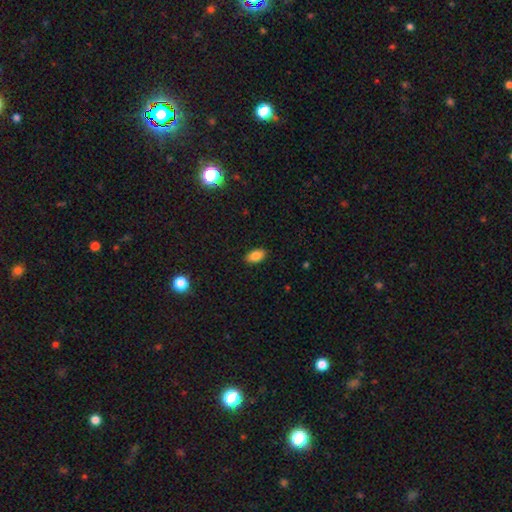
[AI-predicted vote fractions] The model was most divided on "smooth or featured": smooth: 86%, star or artifact: 9%, featured or disk: 6%. More confident: how rounded — in between (92%); merging — none (89%).